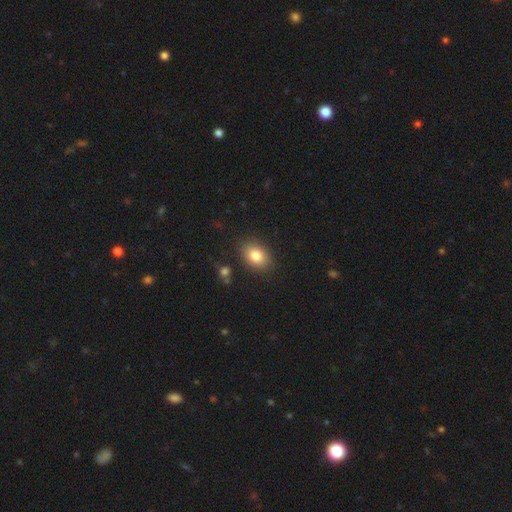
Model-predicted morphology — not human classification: Overall: smooth (82%). How rounded: in between (74%). Merging: none (86%).